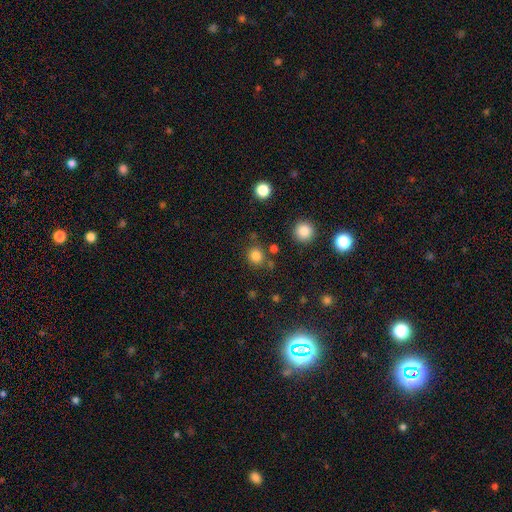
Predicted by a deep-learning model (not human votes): Overall: smooth (82%). How rounded: round (88%). Merging: none (81%).